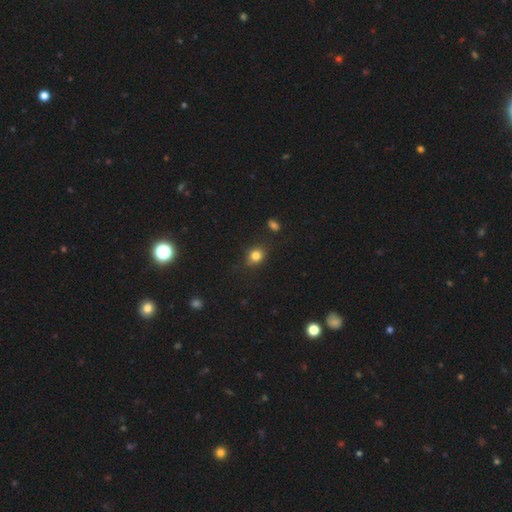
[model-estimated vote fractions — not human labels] The model was most divided on "how rounded": round: 69%, in between: 29%, cigar-shaped: 1%. More confident: smooth or featured — smooth (81%); merging — none (78%).